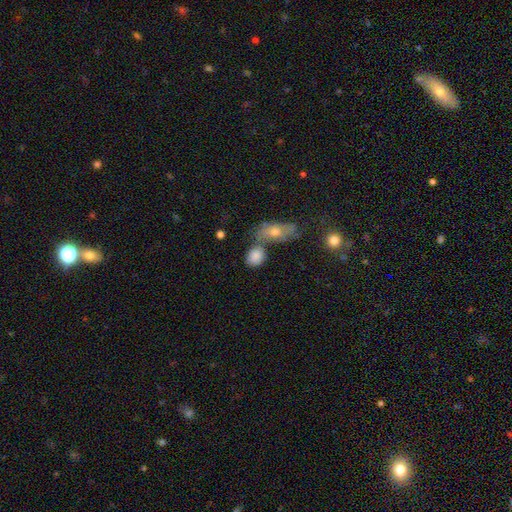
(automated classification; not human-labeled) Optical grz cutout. It shows a smooth galaxy with no disk features (83%) that is in between round and cigar-shaped (62%). Merging: none (47%).